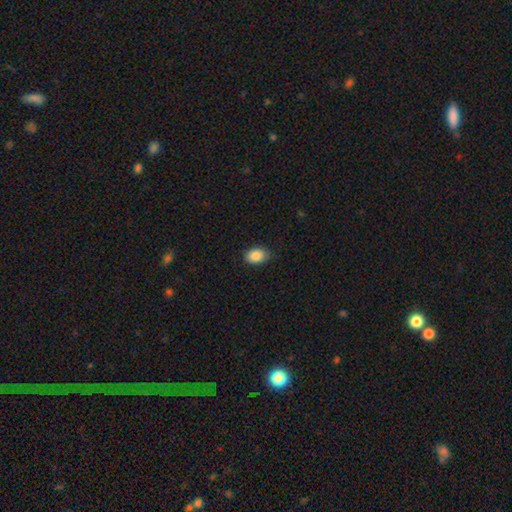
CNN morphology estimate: type=smooth (88%); roundness=in between (83%); merging=none (85%).